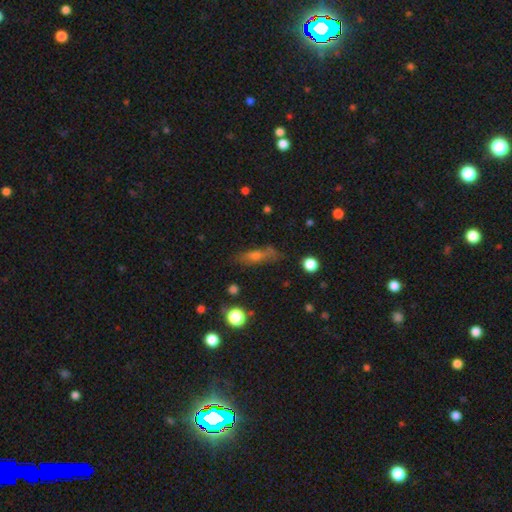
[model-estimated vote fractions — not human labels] Morphology: type=smooth (50%); merging=none (74%).